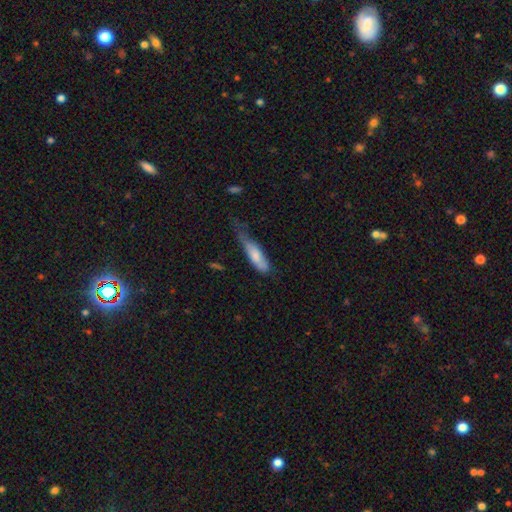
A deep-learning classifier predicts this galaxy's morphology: Smooth or featured? smooth (74%)
How rounded? cigar-shaped (56%)
Merging? minor disturbance (41%)